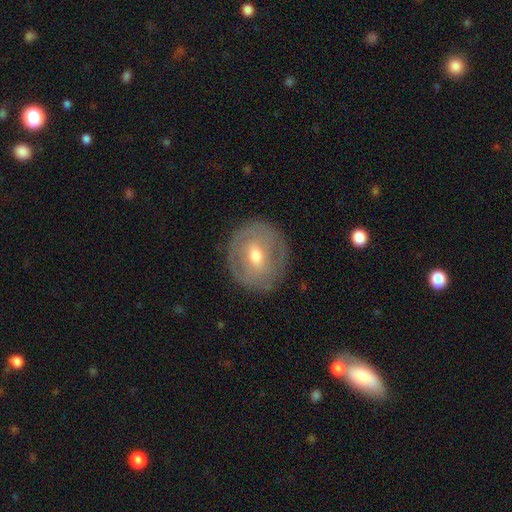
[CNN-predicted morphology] Q: Smooth or featured?
A: featured or disk (59%); runner-up: smooth (35%)
Q: Edge-on disk?
A: no (94%); runner-up: yes (6%)
Q: Bar?
A: weak (52%); runner-up: no (28%)
Q: Spiral arms?
A: no (53%); runner-up: yes (47%)
Q: Bulge size?
A: moderate (71%); runner-up: small (22%)
Q: Merging?
A: none (82%); runner-up: minor disturbance (12%)